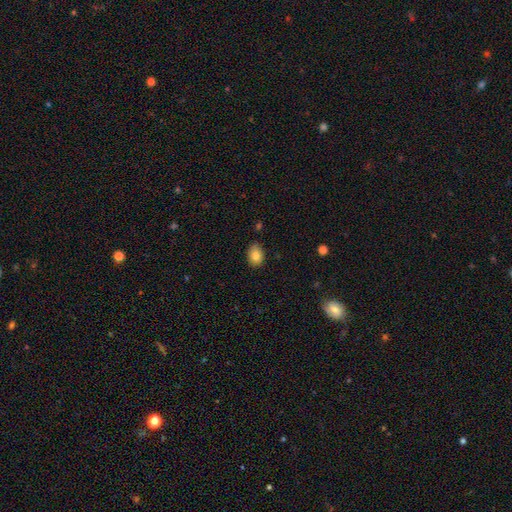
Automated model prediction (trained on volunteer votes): smooth_or_featured: smooth (p=0.82) [alt: featured or disk p=0.10]
how_rounded: in between (p=0.74) [alt: round p=0.25]
merging: none (p=0.80) [alt: minor disturbance p=0.16]